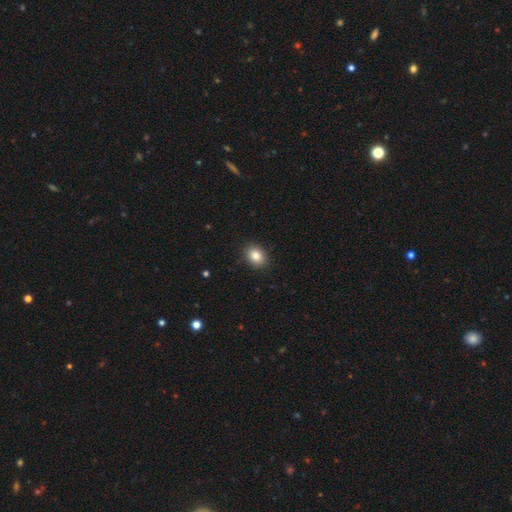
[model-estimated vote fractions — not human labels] smooth-or-featured: smooth: 83% | star or artifact: 10% | featured or disk: 7%
  how-rounded: in between: 51% | round: 48% | cigar-shaped: 1%
  merging: none: 90% | minor disturbance: 7% | major disturbance: 2% | merger: 1%